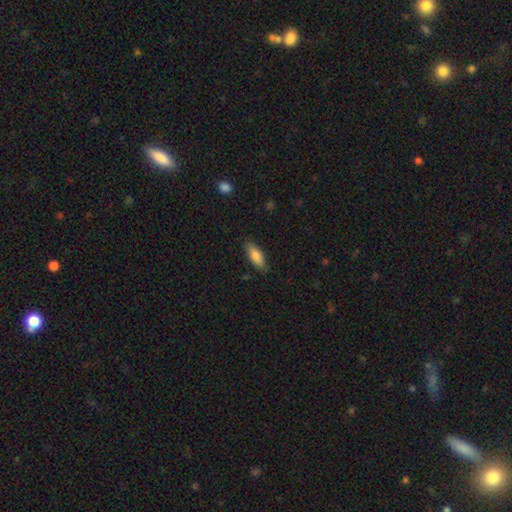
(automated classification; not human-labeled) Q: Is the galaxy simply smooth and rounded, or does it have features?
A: smooth — 84%.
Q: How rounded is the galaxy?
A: in between — 71%.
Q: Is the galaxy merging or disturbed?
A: none — 84%.